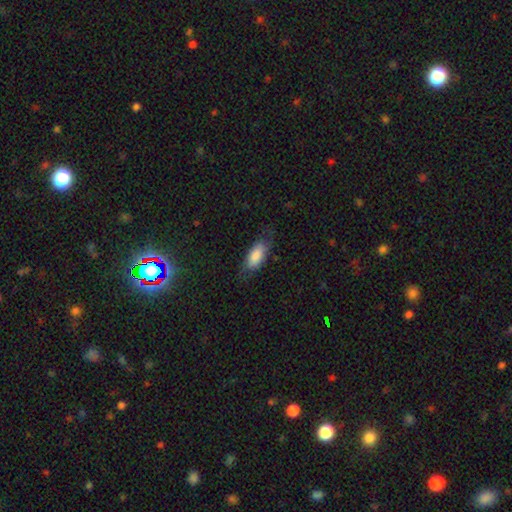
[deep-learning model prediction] This appears to be a smooth galaxy with no disk features (80%) that is in between round and cigar-shaped (84%). Merging: none (66%).